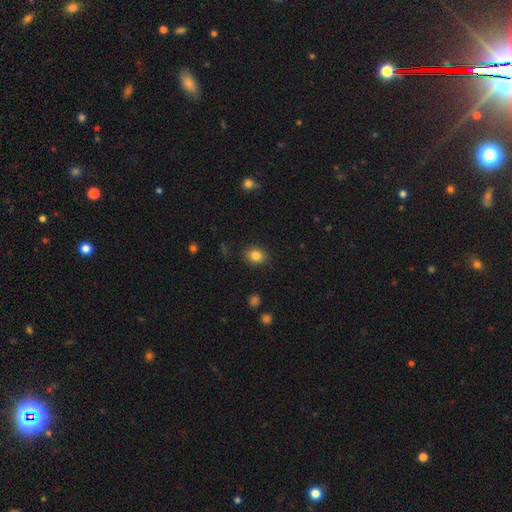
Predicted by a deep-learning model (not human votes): Q: Smooth or featured?
A: smooth (84%); runner-up: star or artifact (10%)
Q: How rounded?
A: round (54%); runner-up: in between (45%)
Q: Merging?
A: none (87%); runner-up: minor disturbance (9%)